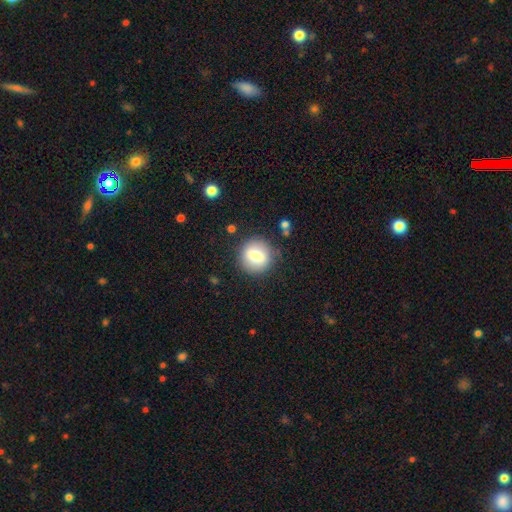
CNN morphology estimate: smooth 73%, featured or disk 19%, star or artifact 8%. Down the decision tree: how rounded — round (88%); merging — none (85%).